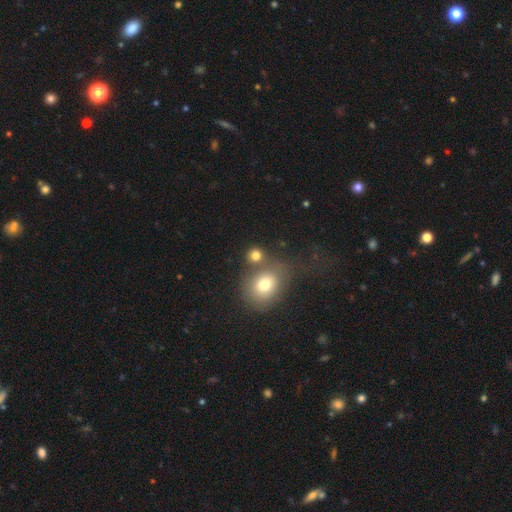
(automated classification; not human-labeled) Smooth or featured? Predicted: smooth (p=0.77). How rounded? Predicted: round (p=0.79). Merging? Predicted: none (p=0.58).